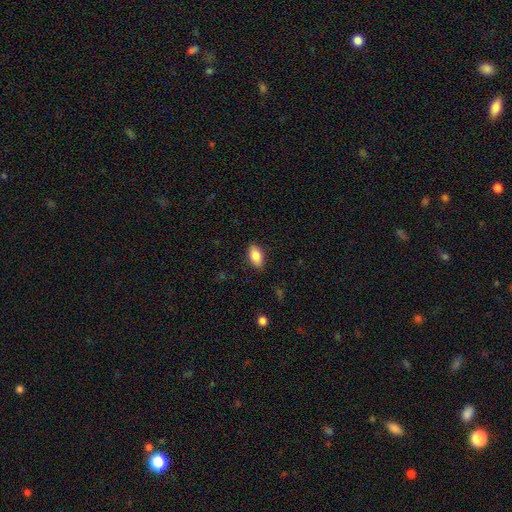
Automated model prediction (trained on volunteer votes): A smooth galaxy with no disk features (86%) that is in between round and cigar-shaped (92%).

Vote fractions:
- Smooth or featured? smooth: 86% / star or artifact: 7% / featured or disk: 7%
- How rounded? in between: 92% / cigar-shaped: 4% / round: 4%
- Merging? none: 88% / minor disturbance: 9% / major disturbance: 2% / merger: 1%